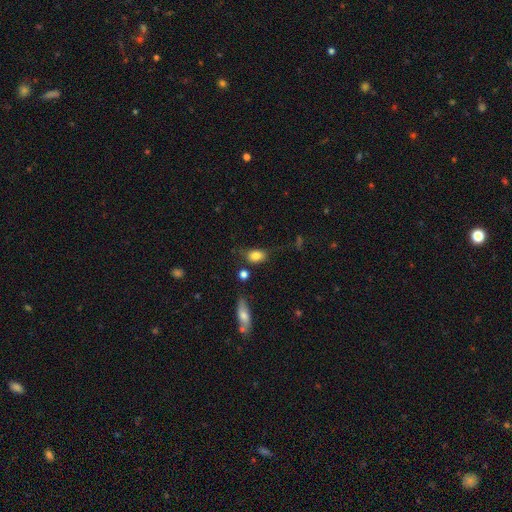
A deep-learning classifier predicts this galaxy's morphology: type=smooth (83%); roundness=in between (81%); merging=none (63%).